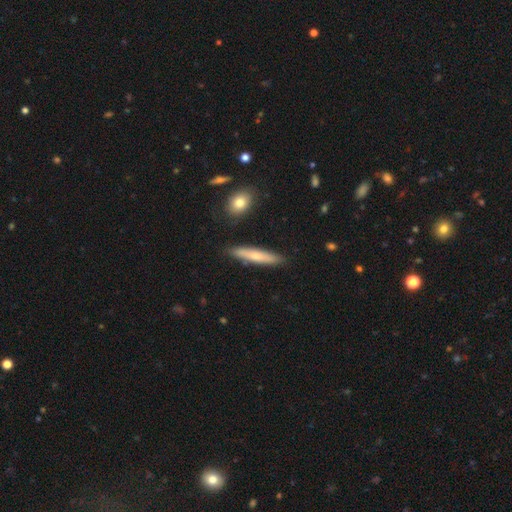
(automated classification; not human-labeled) Smooth or featured? smooth (61%)
How rounded? cigar-shaped (87%)
Merging? none (86%)